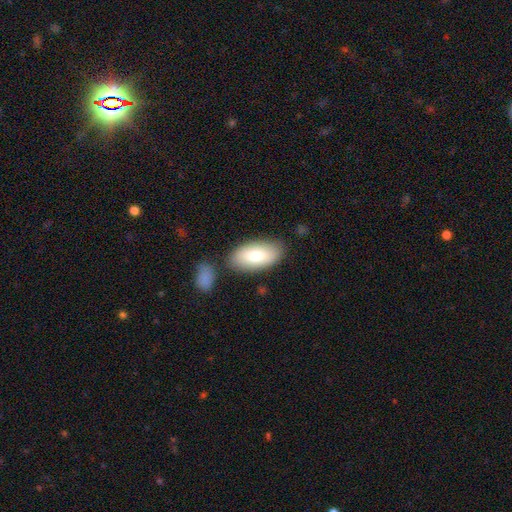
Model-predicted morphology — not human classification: A smooth galaxy with no disk features (78%) that is in between round and cigar-shaped (93%). Merging: none (79%).